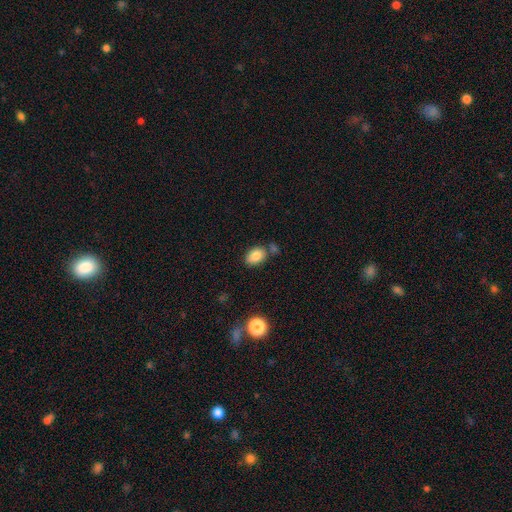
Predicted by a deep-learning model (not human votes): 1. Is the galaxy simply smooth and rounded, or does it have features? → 85% smooth, 8% star or artifact, 6% featured or disk.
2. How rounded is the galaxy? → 85% in between, 13% round, 1% cigar-shaped.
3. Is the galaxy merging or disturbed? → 68% none, 15% minor disturbance, 13% merger, 4% major disturbance.